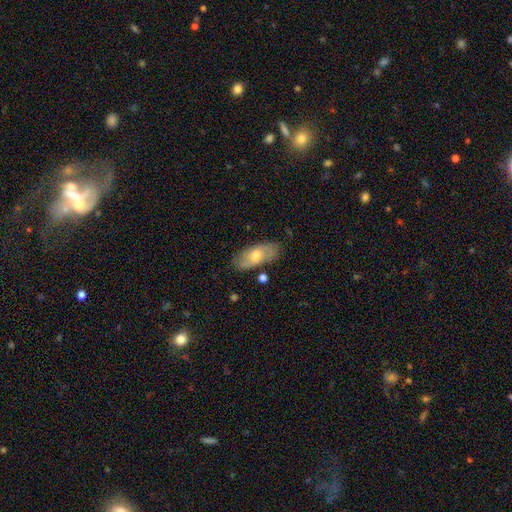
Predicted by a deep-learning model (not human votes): Smooth or featured? Predicted: smooth (p=0.60). How rounded? Predicted: in between (p=0.84). Merging? Predicted: none (p=0.74).